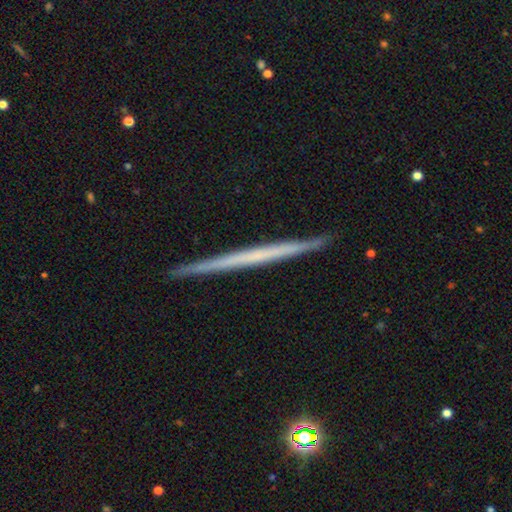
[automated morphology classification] Smooth or featured: featured or disk — 61% (smooth — 33%)
Edge-on disk: yes — 98% (no — 2%)
Edge-on bulge: none — 93% (rounded — 5%)
Merging: none — 91% (minor disturbance — 7%)